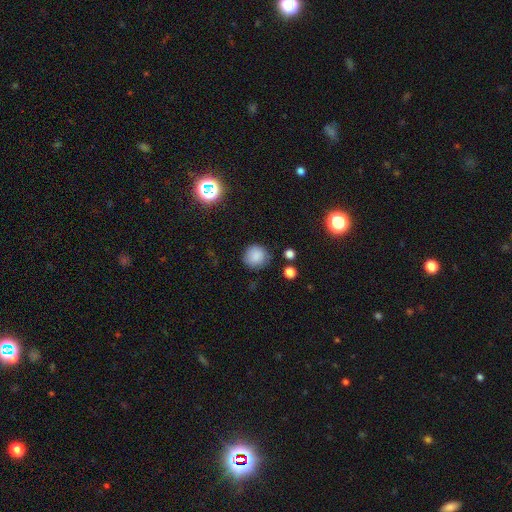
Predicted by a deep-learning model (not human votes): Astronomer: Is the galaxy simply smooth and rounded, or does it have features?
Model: smooth — 83%.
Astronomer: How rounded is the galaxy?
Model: round — 90%.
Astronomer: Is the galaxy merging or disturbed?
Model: none — 81%.